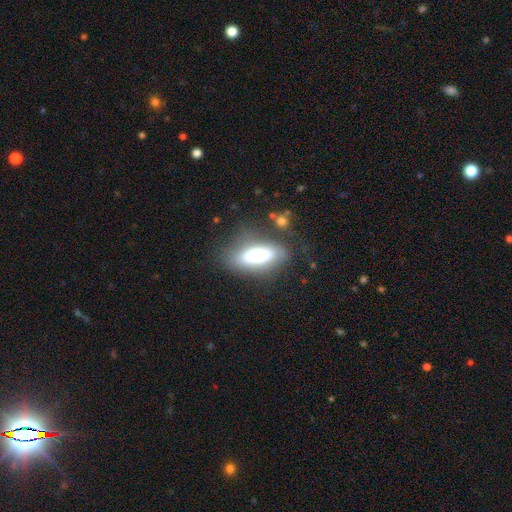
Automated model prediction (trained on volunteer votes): Overall: smooth (64%; featured or disk 29%). How rounded: in between (68%). Merging: none (75%).